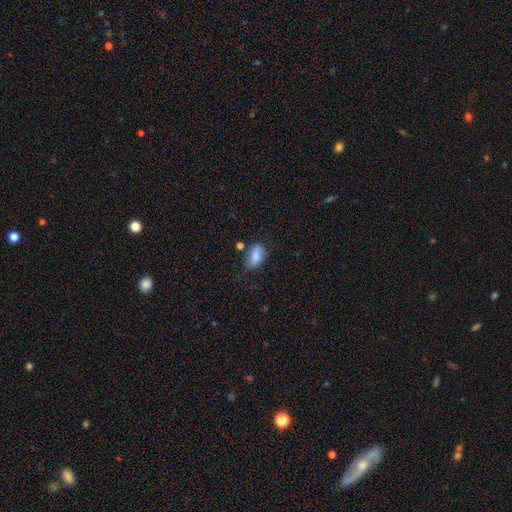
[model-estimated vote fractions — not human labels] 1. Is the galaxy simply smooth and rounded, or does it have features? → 73% smooth, 18% featured or disk, 9% star or artifact.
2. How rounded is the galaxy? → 88% in between, 9% round, 4% cigar-shaped.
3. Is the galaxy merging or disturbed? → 61% none, 25% minor disturbance, 7% major disturbance, 7% merger.